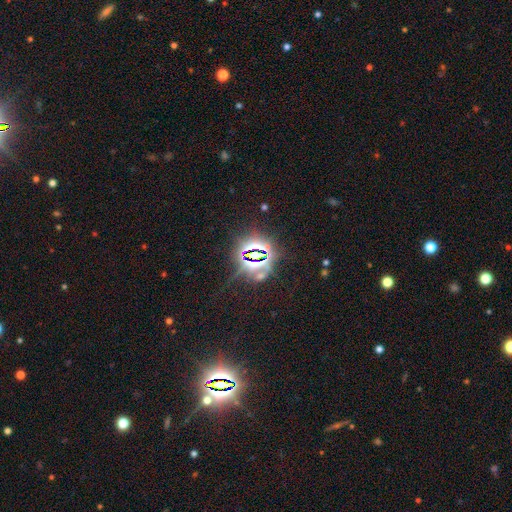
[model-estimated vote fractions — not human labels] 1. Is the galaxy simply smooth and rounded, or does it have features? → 80% star or artifact, 11% smooth, 9% featured or disk.